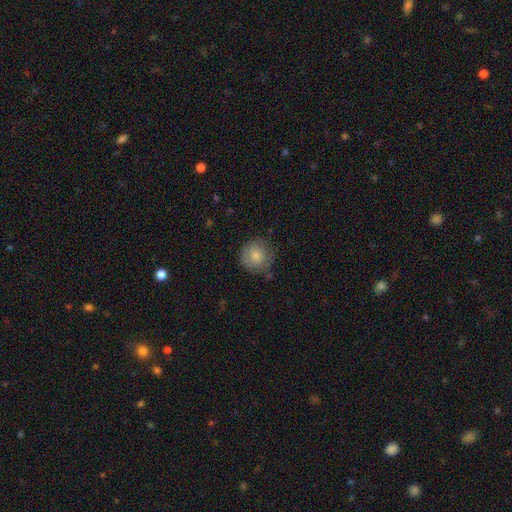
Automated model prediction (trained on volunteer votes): smooth 80%, featured or disk 12%, star or artifact 8%. Down the decision tree: how rounded — round (92%); merging — none (73%).